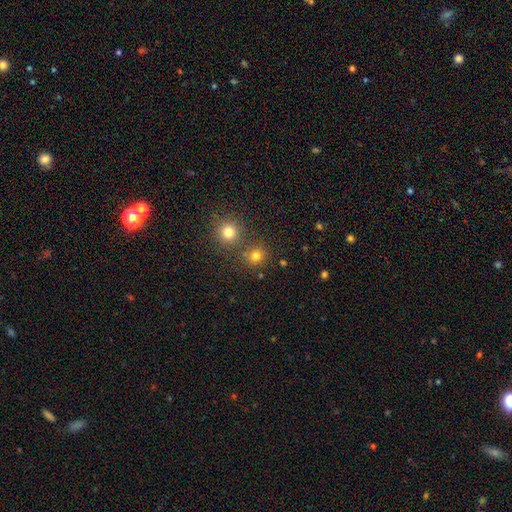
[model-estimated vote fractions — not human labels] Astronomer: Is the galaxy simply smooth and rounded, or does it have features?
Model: smooth — 76%.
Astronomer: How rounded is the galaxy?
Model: round — 87%.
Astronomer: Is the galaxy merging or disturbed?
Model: none — 73%.